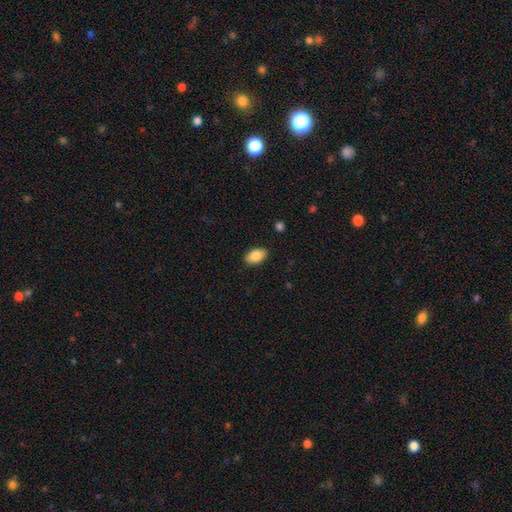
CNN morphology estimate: smooth 84%, featured or disk 9%, star or artifact 7%. Down the decision tree: how rounded — in between (92%); merging — none (88%).